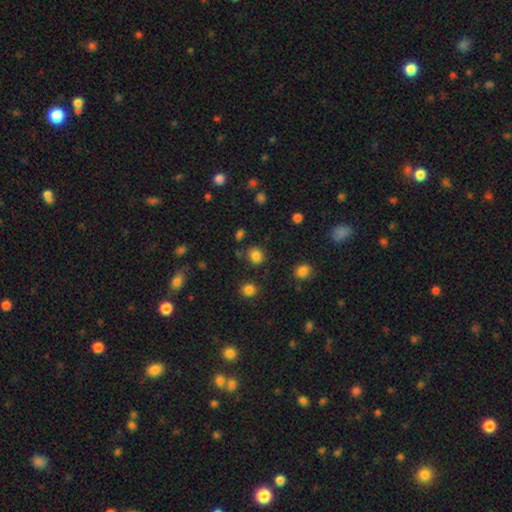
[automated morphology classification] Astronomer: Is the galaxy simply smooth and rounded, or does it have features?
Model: smooth — 83%.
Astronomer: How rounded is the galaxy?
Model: round — 79%.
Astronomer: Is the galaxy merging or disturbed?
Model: none — 84%.